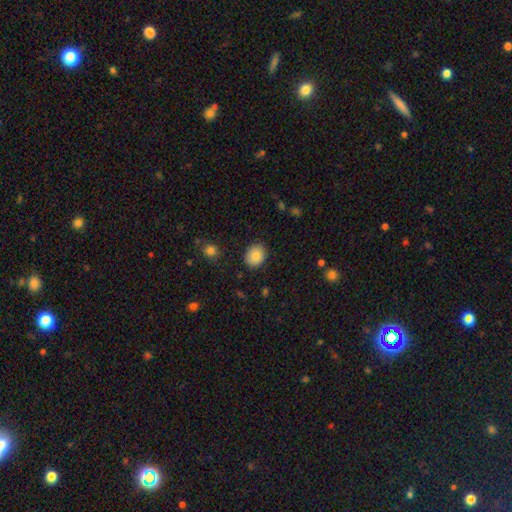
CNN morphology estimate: smooth 83%, featured or disk 9%, star or artifact 8%. Down the decision tree: how rounded — round (51%); merging — none (87%).